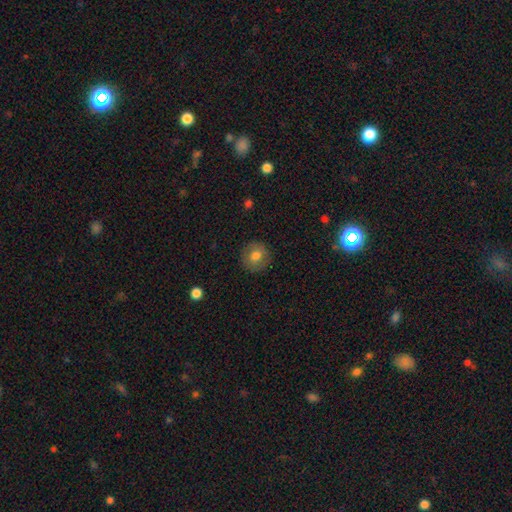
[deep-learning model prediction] A smooth galaxy with no disk features (73%) that is round (92%). Merging: none (89%).